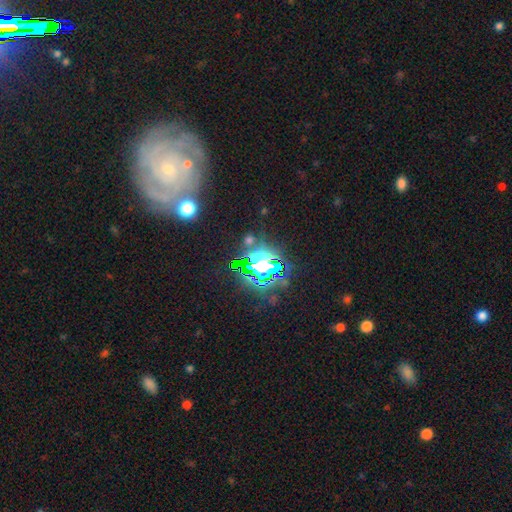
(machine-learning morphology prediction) Smooth or featured? Predicted: star or artifact (p=0.45).